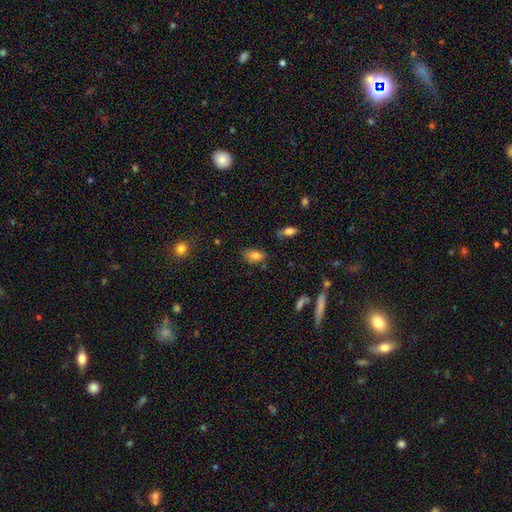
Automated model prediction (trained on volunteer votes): Morphology: type=smooth (78%); roundness=in between (85%); merging=none (59%).